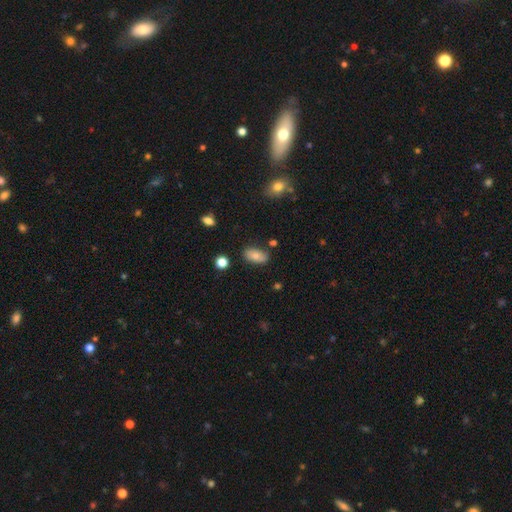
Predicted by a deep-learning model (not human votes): smooth_or_featured: smooth (p=0.77) [alt: featured or disk p=0.14]
how_rounded: in between (p=0.92) [alt: round p=0.05]
merging: none (p=0.81) [alt: minor disturbance p=0.13]